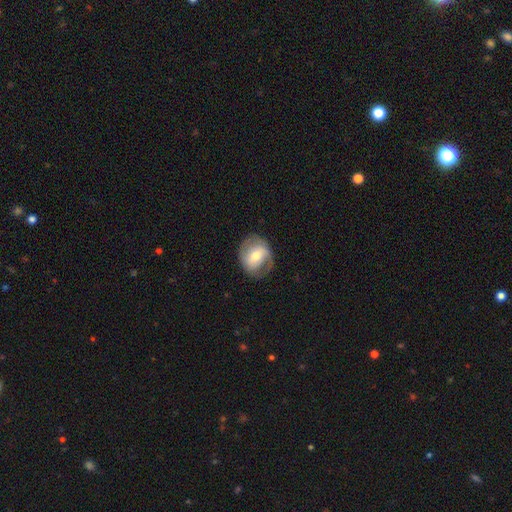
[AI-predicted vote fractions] Smooth or featured?
  - featured or disk: 60% *
  - smooth: 33%
  - star or artifact: 6%
Edge-on disk?
  - no: 96% *
  - yes: 4%
Bar?
  - weak: 41% *
  - no: 33%
  - strong: 26%
Spiral arms?
  - yes: 72% *
  - no: 28%
Bulge size?
  - moderate: 66% *
  - small: 24%
  - large: 7%
  - dominant: 1%
  - none: 1%
Merging?
  - none: 74% *
  - minor disturbance: 17%
  - major disturbance: 8%
  - merger: 1%